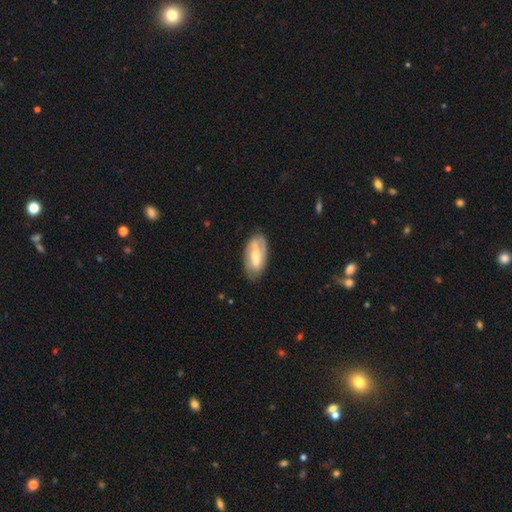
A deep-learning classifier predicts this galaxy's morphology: featured or disk 64%, smooth 30%, star or artifact 6%. Down the decision tree: edge-on disk — no (88%); bar — strong (52%); spiral arms — yes (66%); bulge size — moderate (58%); merging — none (77%).